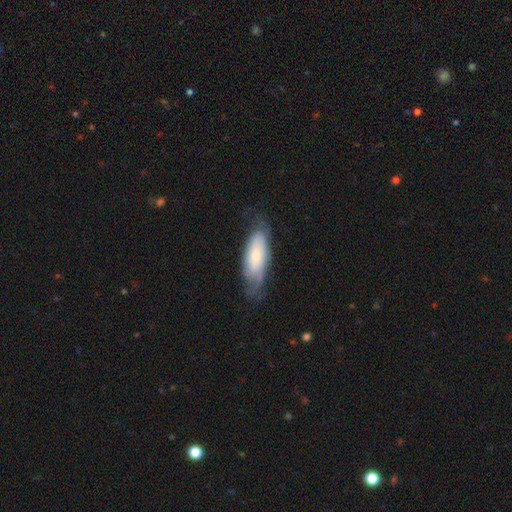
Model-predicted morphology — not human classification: Overall: smooth (53%; featured or disk 41%). How rounded: in between (70%). Merging: none (56%; minor disturbance 29%).